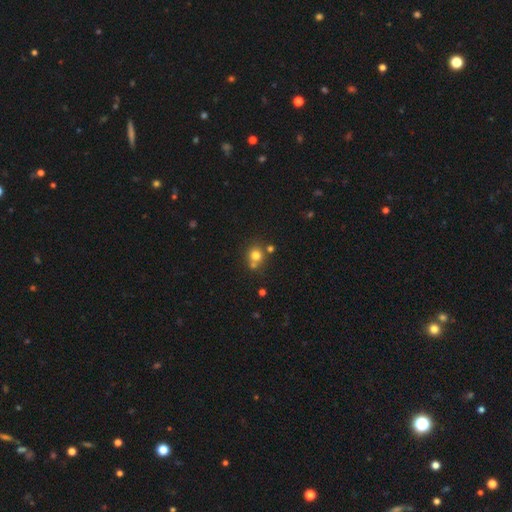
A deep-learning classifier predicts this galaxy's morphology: smooth-or-featured: smooth: 75% | star or artifact: 14% | featured or disk: 10%
  how-rounded: round: 83% | in between: 16% | cigar-shaped: 1%
  merging: none: 58% | merger: 28% | minor disturbance: 11% | major disturbance: 4%